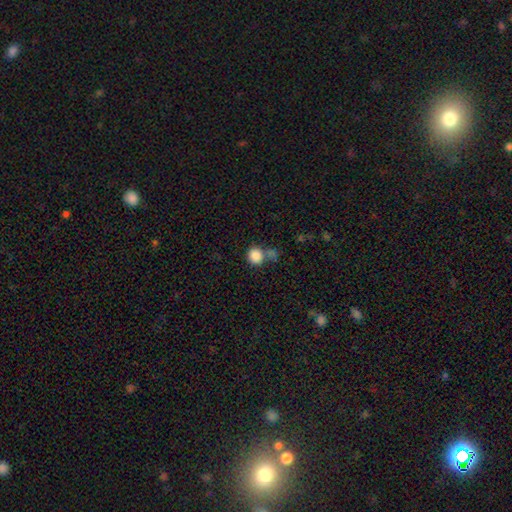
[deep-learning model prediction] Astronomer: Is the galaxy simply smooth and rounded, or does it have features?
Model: smooth — 86%.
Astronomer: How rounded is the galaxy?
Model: round — 85%.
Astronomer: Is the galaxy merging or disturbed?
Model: none — 55%.